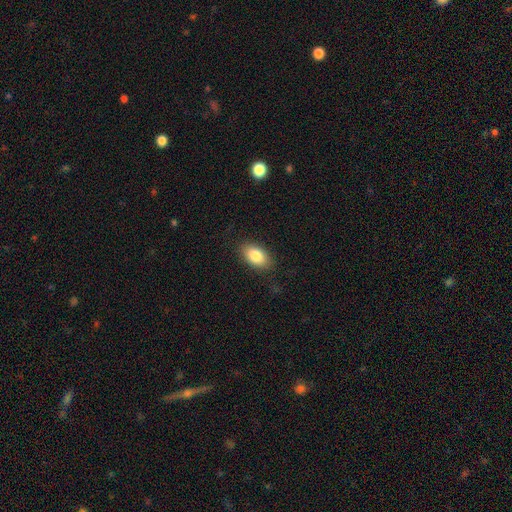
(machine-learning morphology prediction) smooth 85%, featured or disk 8%, star or artifact 7%. Down the decision tree: how rounded — in between (92%); merging — none (85%).